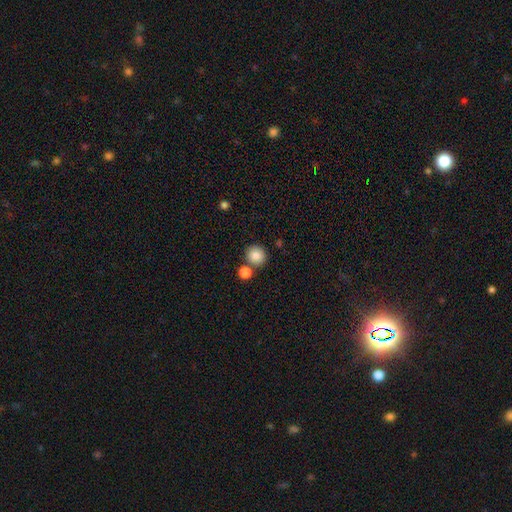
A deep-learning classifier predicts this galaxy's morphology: smooth-or-featured: smooth: 84% | star or artifact: 10% | featured or disk: 6%
  how-rounded: round: 90% | in between: 9% | cigar-shaped: 1%
  merging: none: 72% | merger: 18% | minor disturbance: 8% | major disturbance: 3%